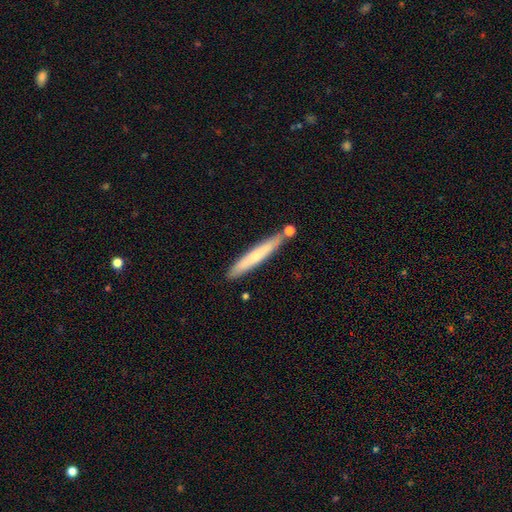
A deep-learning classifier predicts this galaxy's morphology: Smooth or featured? Predicted: smooth (p=0.63). How rounded? Predicted: cigar-shaped (p=0.95). Merging? Predicted: none (p=0.79).